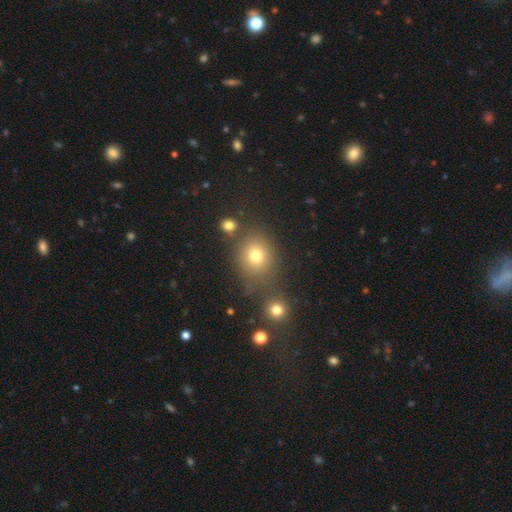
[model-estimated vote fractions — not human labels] A smooth galaxy with no disk features (74%) that is round (77%).

Vote fractions:
- Smooth or featured? smooth: 74% / star or artifact: 17% / featured or disk: 9%
- How rounded? round: 77% / in between: 22% / cigar-shaped: 1%
- Merging? none: 71% / merger: 14% / minor disturbance: 11% / major disturbance: 5%